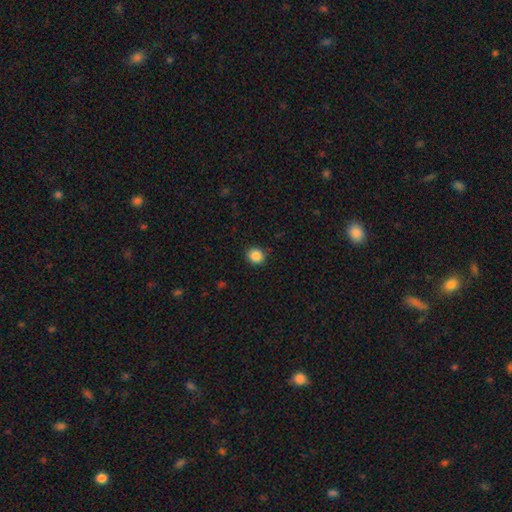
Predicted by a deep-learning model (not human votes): Smooth or featured? smooth (87%)
How rounded? round (84%)
Merging? none (91%)